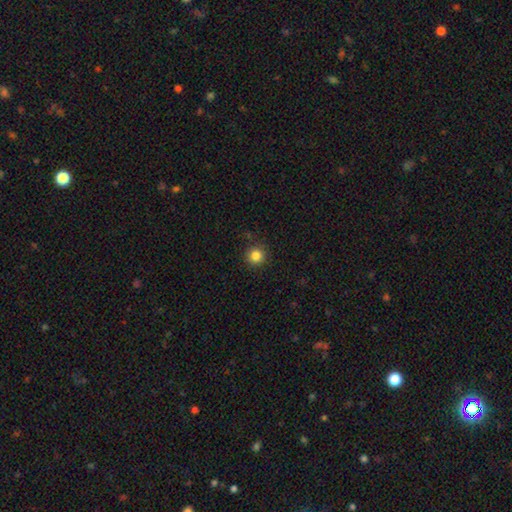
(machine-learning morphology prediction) smooth 84%, star or artifact 12%, featured or disk 5%. Down the decision tree: how rounded — round (95%); merging — none (90%).